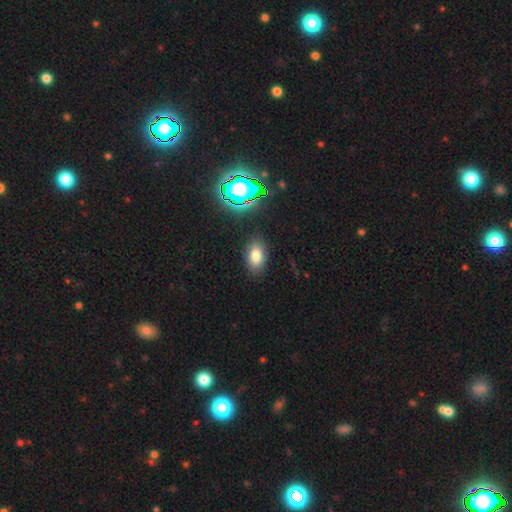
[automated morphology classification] Smooth or featured? smooth (77%)
How rounded? in between (90%)
Merging? none (85%)